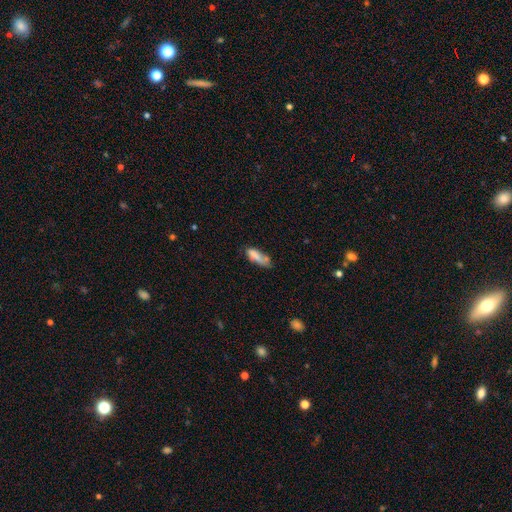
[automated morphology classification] Smooth or featured? smooth (73%)
How rounded? in between (59%)
Merging? none (38%)